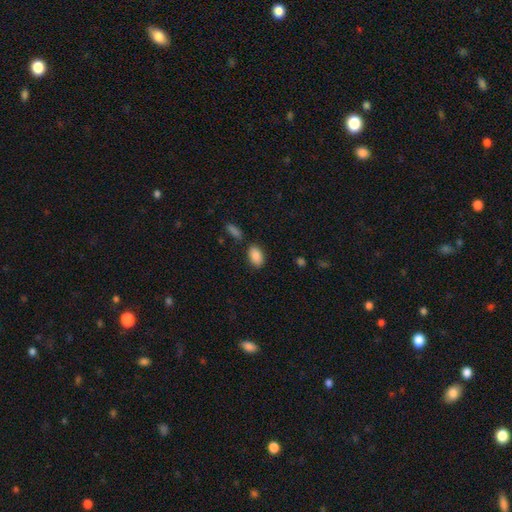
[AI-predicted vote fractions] Smooth or featured: smooth — 87% (star or artifact — 7%)
How rounded: in between — 92% (round — 6%)
Merging: none — 80% (minor disturbance — 11%)